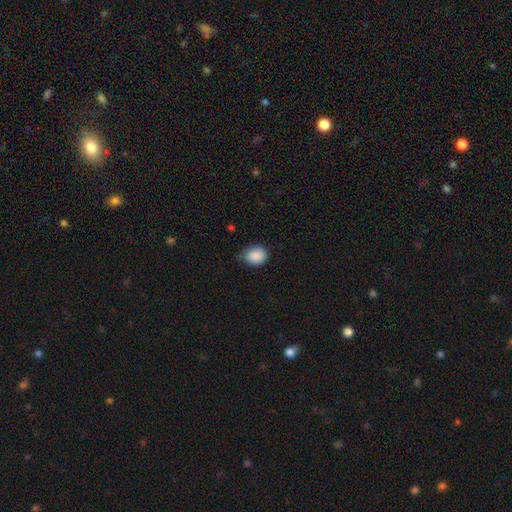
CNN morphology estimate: Q: Smooth or featured?
A: smooth (88%); runner-up: star or artifact (8%)
Q: How rounded?
A: round (55%); runner-up: in between (44%)
Q: Merging?
A: none (70%); runner-up: minor disturbance (25%)